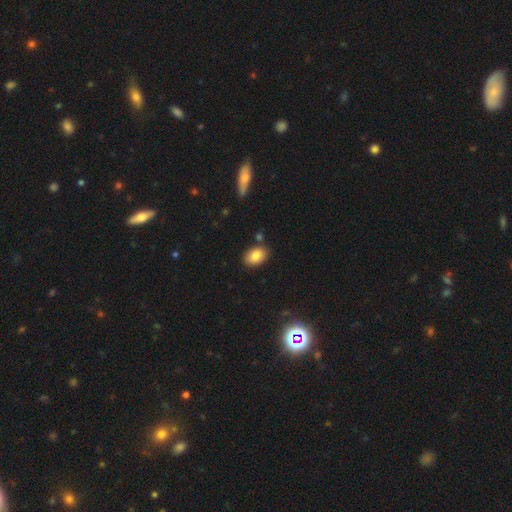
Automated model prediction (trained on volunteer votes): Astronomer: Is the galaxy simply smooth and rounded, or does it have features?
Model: smooth — 85%.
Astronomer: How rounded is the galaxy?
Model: in between — 88%.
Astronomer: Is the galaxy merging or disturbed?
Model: none — 83%.